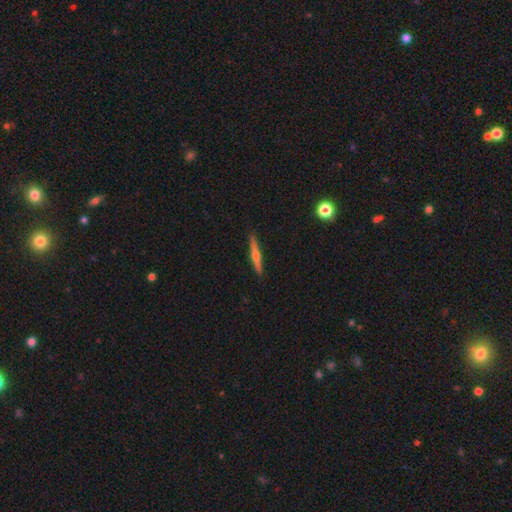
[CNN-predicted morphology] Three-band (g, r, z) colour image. It shows a featured or disk galaxy (61%) viewed edge-on (98%) with a rounded central bulge (88%). Merging: none (91%).